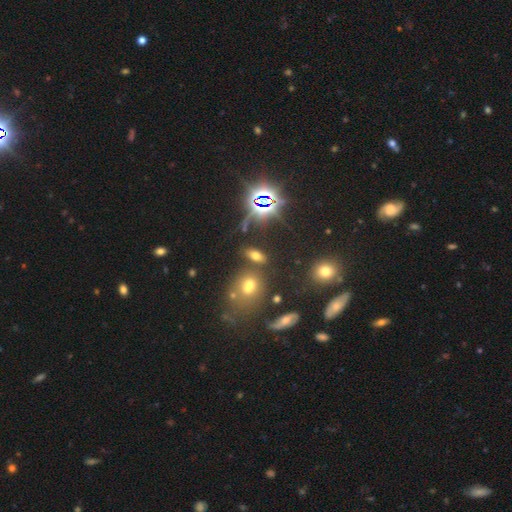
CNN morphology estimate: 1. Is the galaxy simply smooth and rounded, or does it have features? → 57% smooth, 28% star or artifact, 15% featured or disk.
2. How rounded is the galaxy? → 78% in between, 12% cigar-shaped, 10% round.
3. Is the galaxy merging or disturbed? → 71% none, 12% merger, 11% minor disturbance, 5% major disturbance.